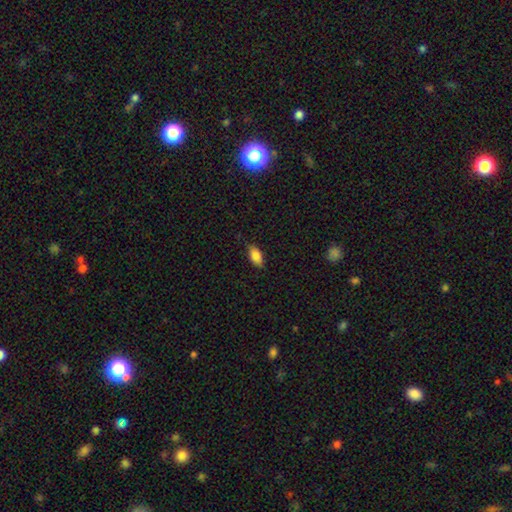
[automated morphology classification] Q: Smooth or featured?
A: smooth (85%); runner-up: featured or disk (8%)
Q: How rounded?
A: in between (91%); runner-up: cigar-shaped (6%)
Q: Merging?
A: none (79%); runner-up: minor disturbance (17%)